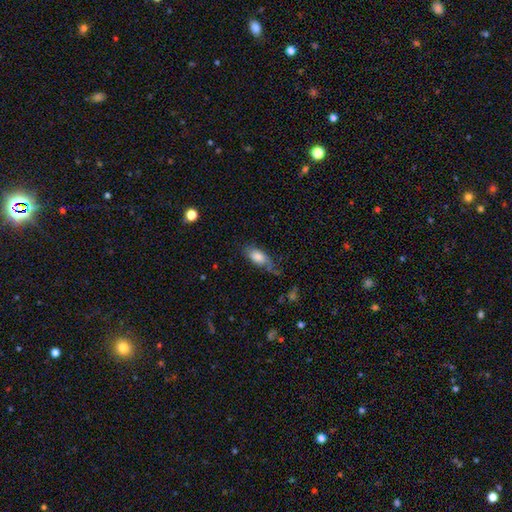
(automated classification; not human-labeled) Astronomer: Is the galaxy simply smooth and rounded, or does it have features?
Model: smooth — 76%.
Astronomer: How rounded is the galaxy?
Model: in between — 85%.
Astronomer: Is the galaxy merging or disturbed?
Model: none — 50% (runner-up: minor disturbance, 32%).